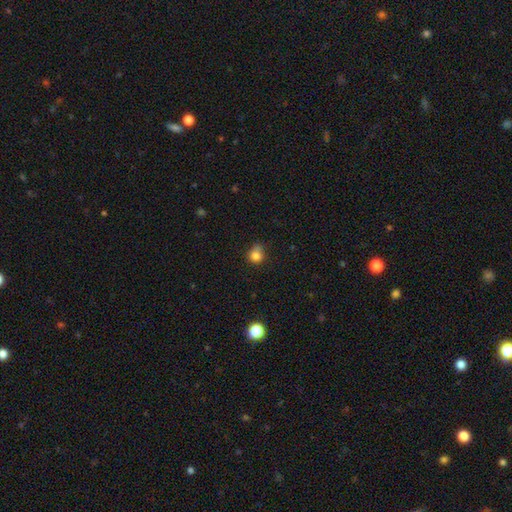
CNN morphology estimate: smooth-or-featured: smooth: 81% | star or artifact: 13% | featured or disk: 6%
  how-rounded: round: 75% | in between: 24% | cigar-shaped: 1%
  merging: none: 55% | minor disturbance: 33% | major disturbance: 9% | merger: 3%